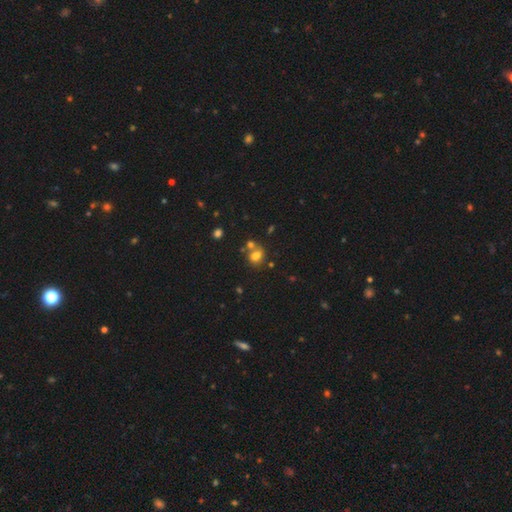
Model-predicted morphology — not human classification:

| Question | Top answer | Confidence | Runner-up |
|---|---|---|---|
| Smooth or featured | smooth | 73% | star or artifact (15%) |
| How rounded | round | 60% | in between (39%) |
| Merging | none | 48% | merger (35%) |